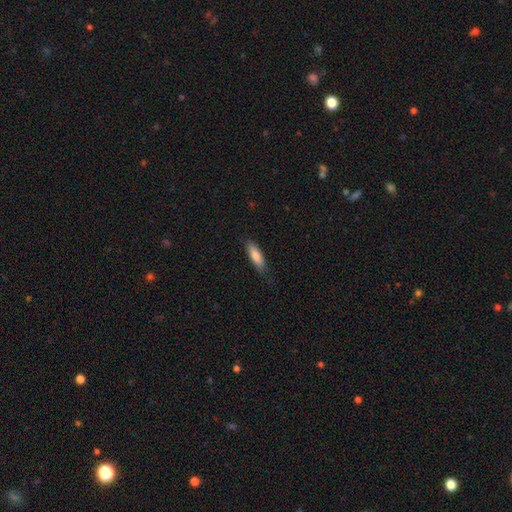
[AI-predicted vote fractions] Smooth or featured? Predicted: smooth (p=0.84). How rounded? Predicted: in between (p=0.50). Merging? Predicted: none (p=0.79).